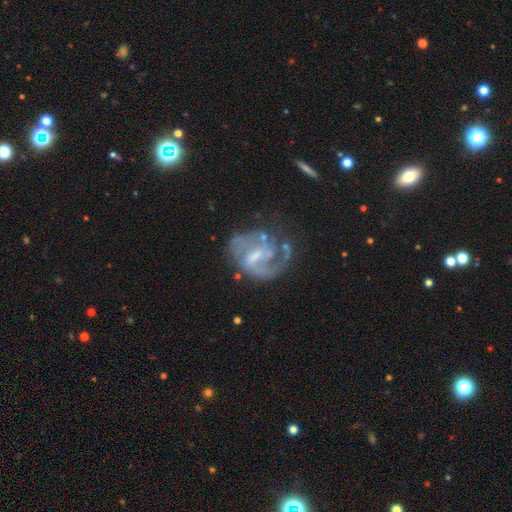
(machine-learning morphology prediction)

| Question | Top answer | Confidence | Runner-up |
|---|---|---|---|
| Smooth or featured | featured or disk | 84% | smooth (10%) |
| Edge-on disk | no | 98% | yes (2%) |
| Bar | weak | 57% | strong (22%) |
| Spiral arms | yes | 87% | no (13%) |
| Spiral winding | medium | 47% | tight (29%) |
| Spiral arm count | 2 | 44% | 1 (28%) |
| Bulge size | small | 39% | moderate (34%) |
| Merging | none | 47% | major disturbance (26%) |